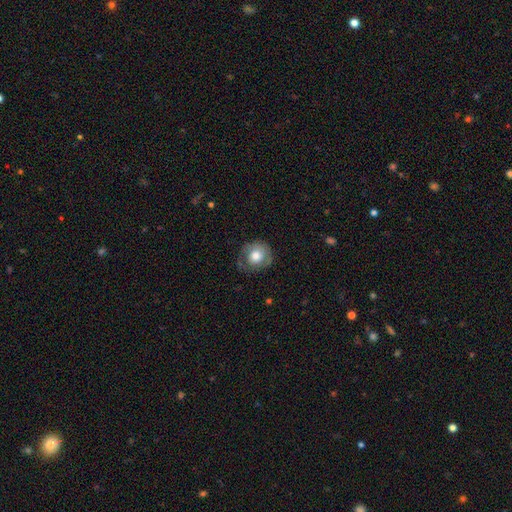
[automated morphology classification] The model was most divided on "smooth or featured": smooth: 65%, featured or disk: 28%, star or artifact: 8%. More confident: how rounded — round (80%); merging — none (63%).